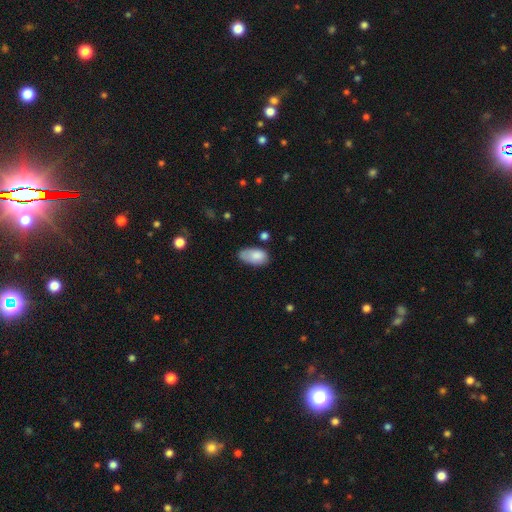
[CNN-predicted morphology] smooth 83%, featured or disk 10%, star or artifact 7%. Down the decision tree: how rounded — in between (94%); merging — none (52%).